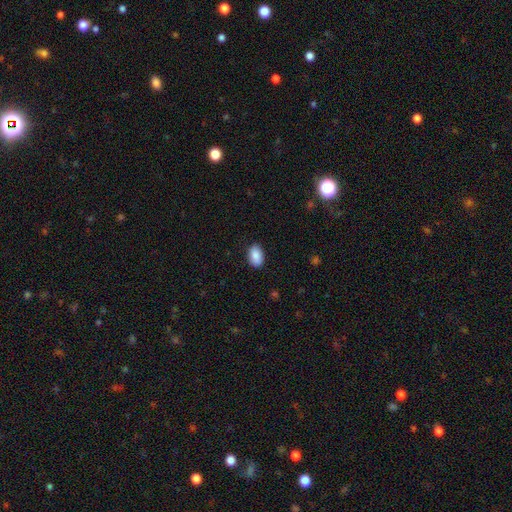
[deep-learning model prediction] Smooth or featured? smooth (89%)
How rounded? in between (92%)
Merging? none (87%)